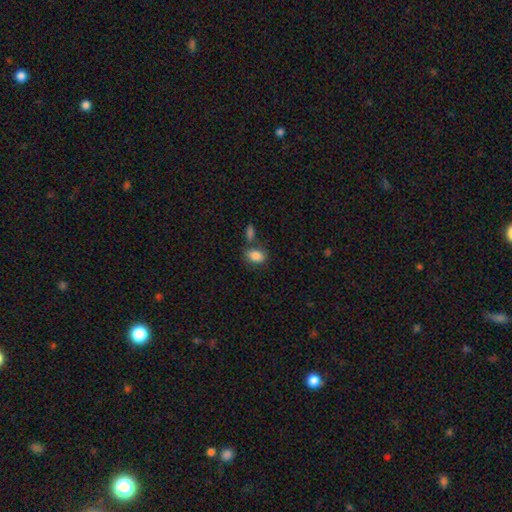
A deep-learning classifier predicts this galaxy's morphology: Overall: smooth (86%). How rounded: in between (85%). Merging: none (63%).